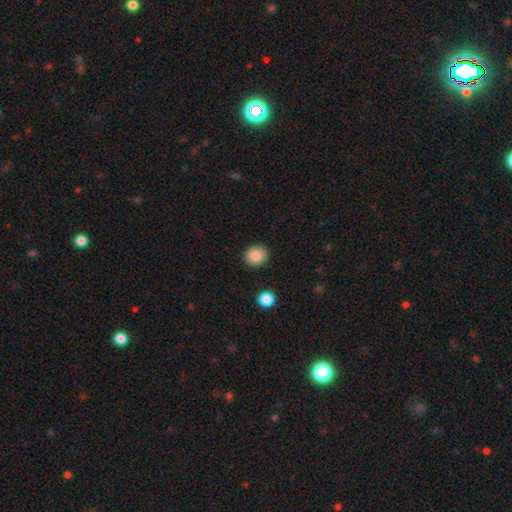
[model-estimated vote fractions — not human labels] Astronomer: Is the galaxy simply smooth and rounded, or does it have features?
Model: smooth — 87%.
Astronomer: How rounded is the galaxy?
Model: round — 85%.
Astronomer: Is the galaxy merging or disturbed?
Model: none — 90%.